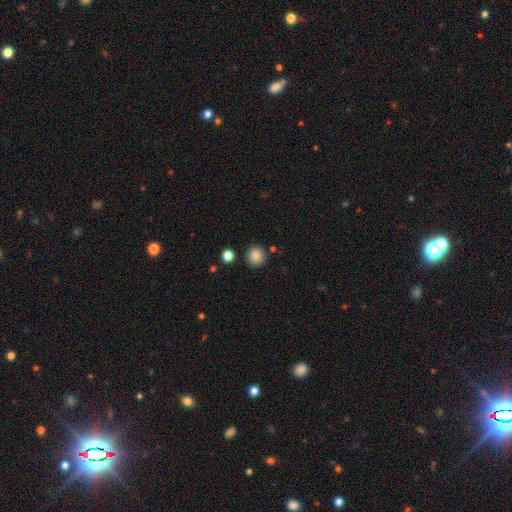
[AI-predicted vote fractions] smooth_or_featured: smooth (p=0.86) [alt: star or artifact p=0.10]
how_rounded: round (p=0.92) [alt: in between p=0.07]
merging: none (p=0.86) [alt: minor disturbance p=0.08]